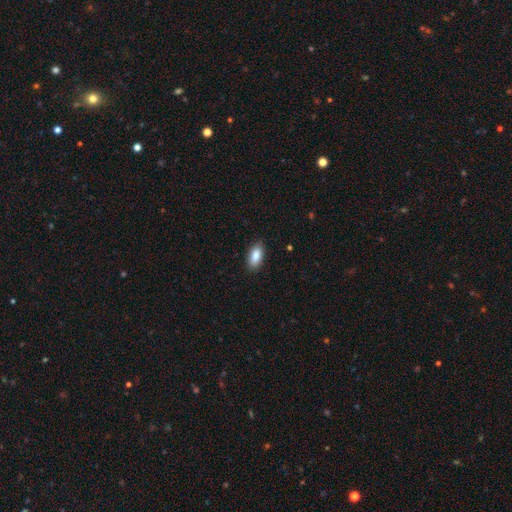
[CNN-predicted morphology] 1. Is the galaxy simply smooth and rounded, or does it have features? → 87% smooth, 7% star or artifact, 6% featured or disk.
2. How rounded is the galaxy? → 91% in between, 6% cigar-shaped, 3% round.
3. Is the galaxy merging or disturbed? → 88% none, 9% minor disturbance, 2% major disturbance, 1% merger.